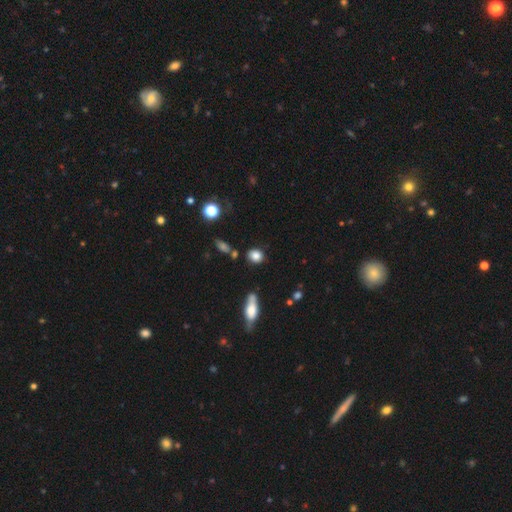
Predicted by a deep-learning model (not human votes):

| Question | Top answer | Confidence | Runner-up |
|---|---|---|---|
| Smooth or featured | smooth | 84% | star or artifact (10%) |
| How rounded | round | 51% | in between (46%) |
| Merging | none | 76% | minor disturbance (14%) |